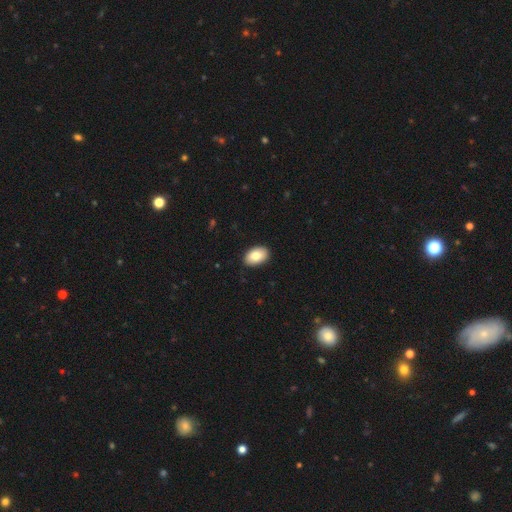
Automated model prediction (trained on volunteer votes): Morphology: type=smooth (82%); roundness=in between (90%); merging=none (88%).